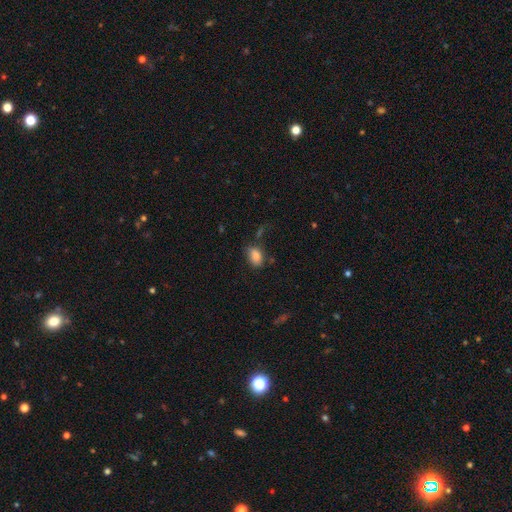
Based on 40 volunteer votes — This is clearly a smooth galaxy (85%). How rounded: clearly in between (88%). Merging: clearly none (83%).